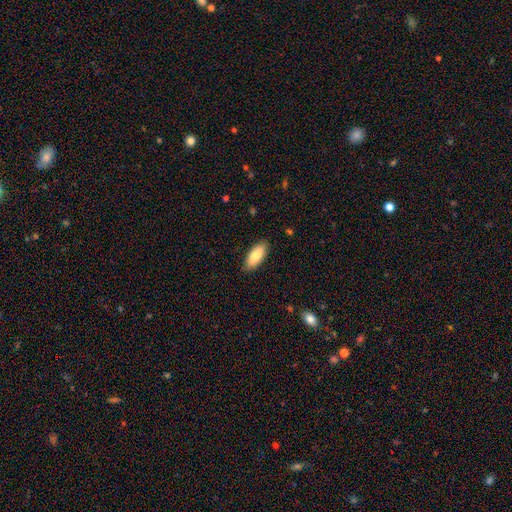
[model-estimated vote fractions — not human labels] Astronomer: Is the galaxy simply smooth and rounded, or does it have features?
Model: smooth — 83%.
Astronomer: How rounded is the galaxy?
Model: in between — 85%.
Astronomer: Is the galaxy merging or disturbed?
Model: none — 87%.